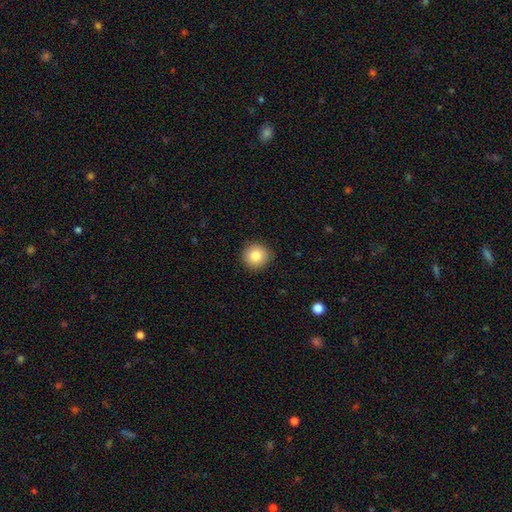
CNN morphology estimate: type=smooth (84%); roundness=round (93%); merging=none (90%).